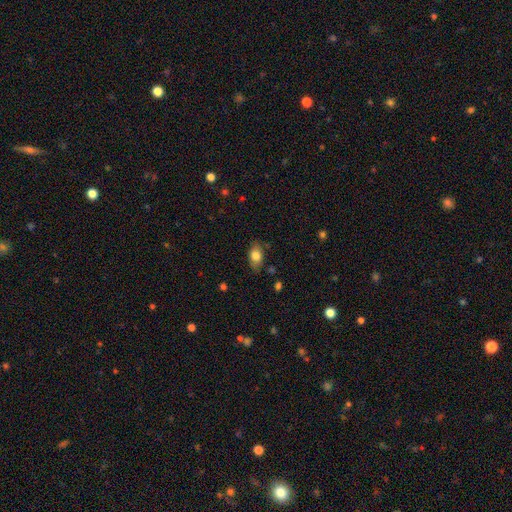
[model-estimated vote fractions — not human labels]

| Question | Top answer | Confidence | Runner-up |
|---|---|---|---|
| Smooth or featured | smooth | 80% | featured or disk (12%) |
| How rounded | in between | 88% | round (10%) |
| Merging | none | 79% | minor disturbance (16%) |